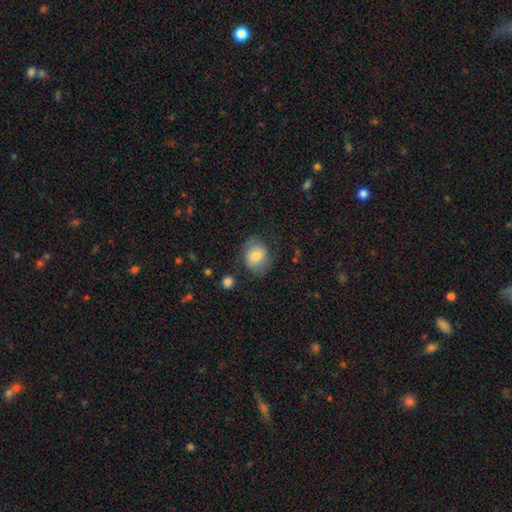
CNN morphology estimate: Smooth or featured? smooth (68%)
How rounded? round (53%)
Merging? none (69%)